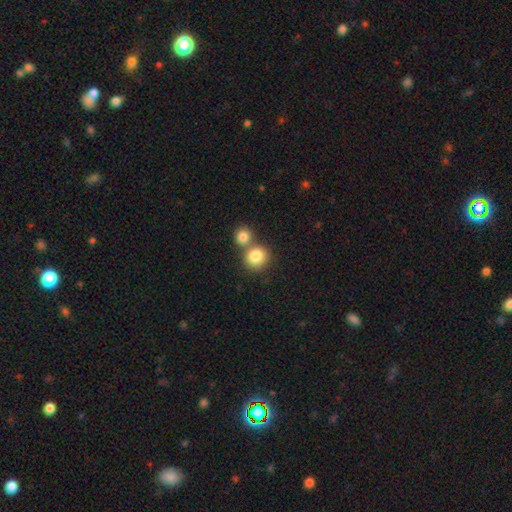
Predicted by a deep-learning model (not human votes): Smooth or featured? Predicted: smooth (p=0.83). How rounded? Predicted: round (p=0.86). Merging? Predicted: none (p=0.51).